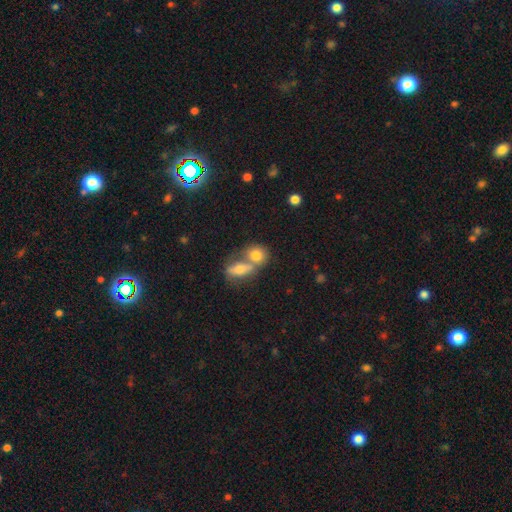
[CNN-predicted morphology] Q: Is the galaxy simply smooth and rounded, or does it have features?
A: smooth — 76%.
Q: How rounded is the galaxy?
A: round — 53%.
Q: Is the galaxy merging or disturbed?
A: merger — 56%.